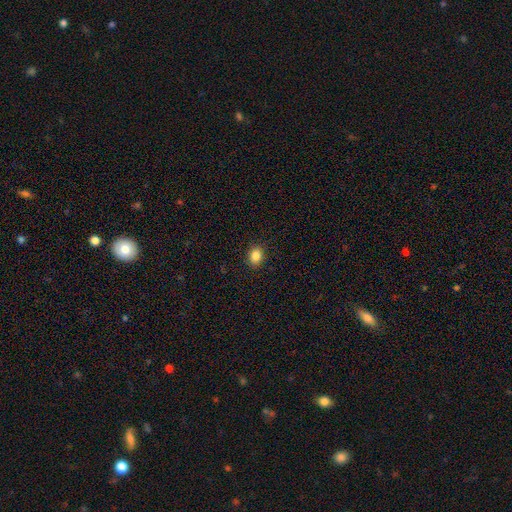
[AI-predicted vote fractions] This appears to be a smooth galaxy with no disk features (86%) that is in between round and cigar-shaped (66%). Merging: none (89%).